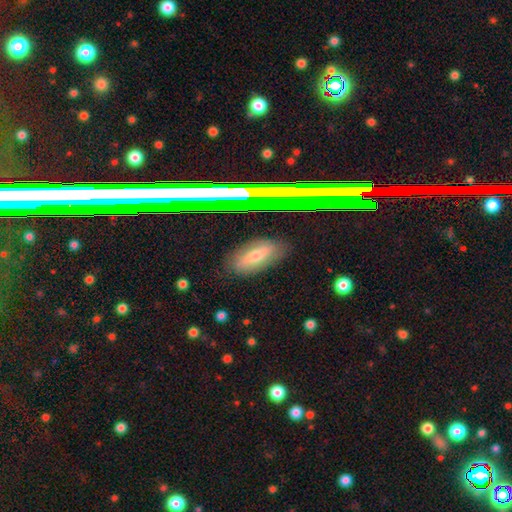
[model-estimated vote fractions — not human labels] A smooth galaxy with no disk features (55%) that is in between round and cigar-shaped (81%). Merging: none (81%).